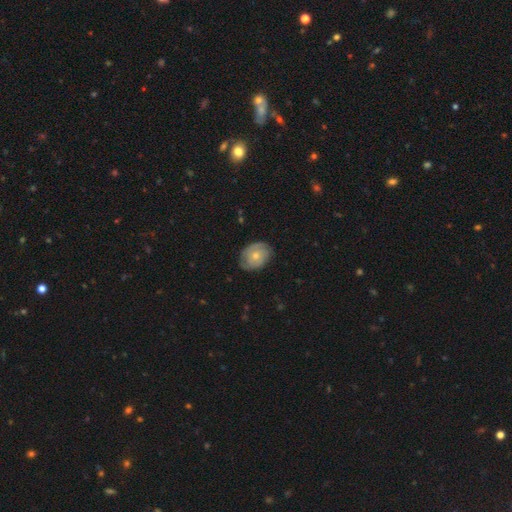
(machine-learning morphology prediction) Q: Smooth or featured?
A: featured or disk (48%); runner-up: smooth (46%)
Q: Merging?
A: none (72%); runner-up: minor disturbance (22%)